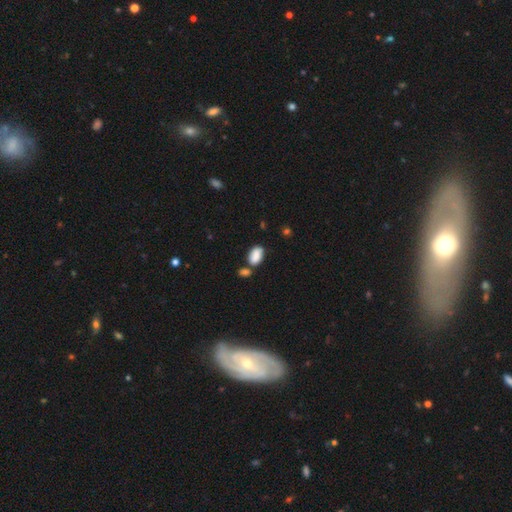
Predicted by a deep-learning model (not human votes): smooth-or-featured: smooth: 84% | featured or disk: 8% | star or artifact: 8%
  how-rounded: in between: 91% | round: 7% | cigar-shaped: 2%
  merging: none: 51% | merger: 27% | minor disturbance: 17% | major disturbance: 5%